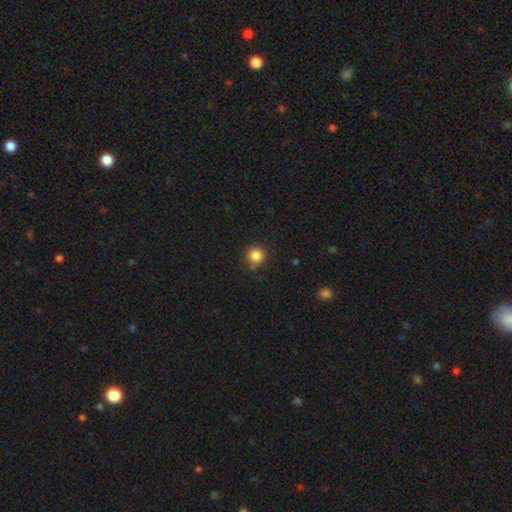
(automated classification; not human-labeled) This appears to be a smooth galaxy with no disk features (84%) that is round (94%). Merging: none (84%).